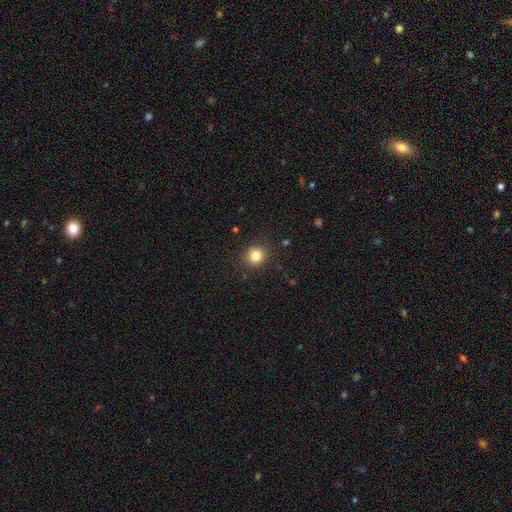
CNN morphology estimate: Smooth or featured? smooth (83%)
How rounded? round (89%)
Merging? none (90%)